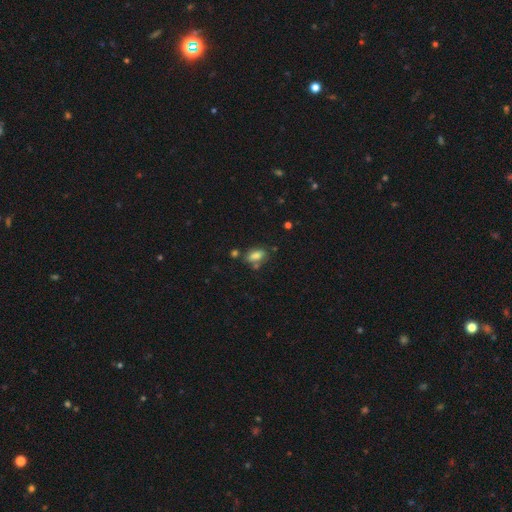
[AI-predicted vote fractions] Smooth or featured? smooth (80%)
How rounded? in between (87%)
Merging? none (62%)